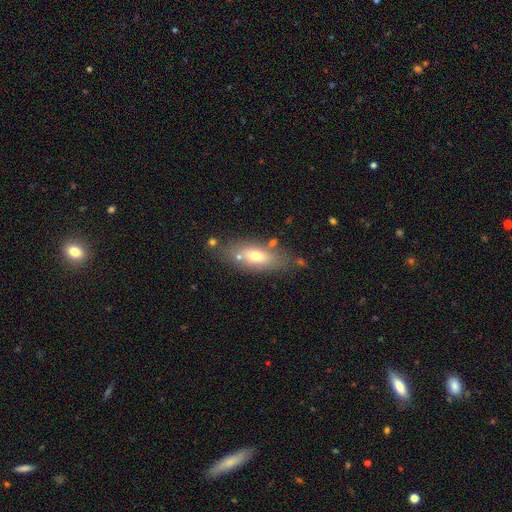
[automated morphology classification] smooth-or-featured: smooth: 64% | featured or disk: 27% | star or artifact: 9%
  how-rounded: in between: 75% | cigar-shaped: 21% | round: 4%
  merging: none: 72% | minor disturbance: 15% | merger: 8% | major disturbance: 5%